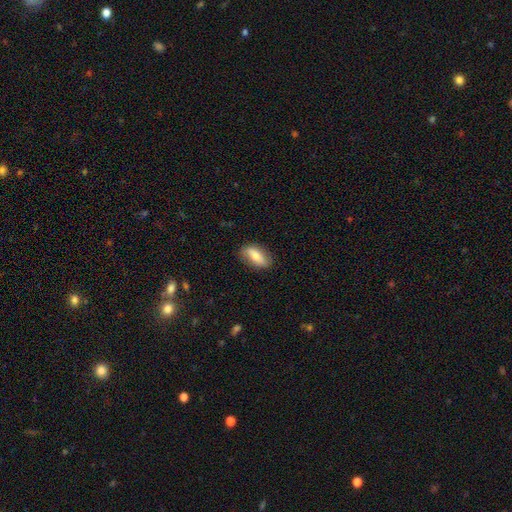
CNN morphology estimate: Smooth or featured? smooth (71%)
How rounded? in between (83%)
Merging? none (80%)